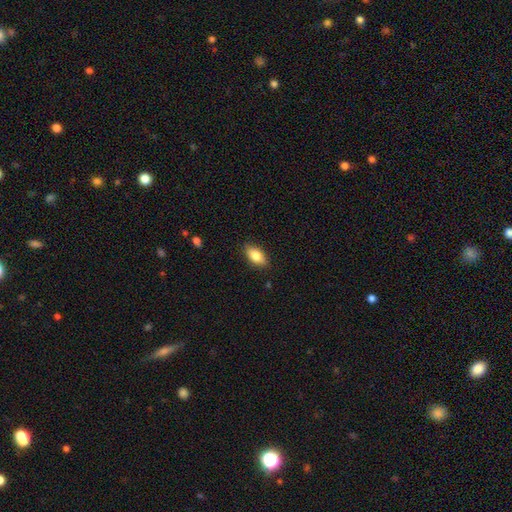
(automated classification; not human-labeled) Morphology: type=smooth (84%); roundness=in between (90%); merging=none (87%).